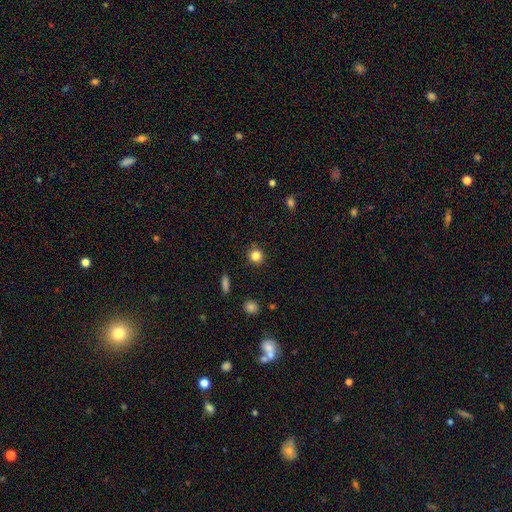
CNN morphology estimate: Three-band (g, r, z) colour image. It shows a smooth galaxy with no disk features (83%) that is round (91%). Merging: none (88%).